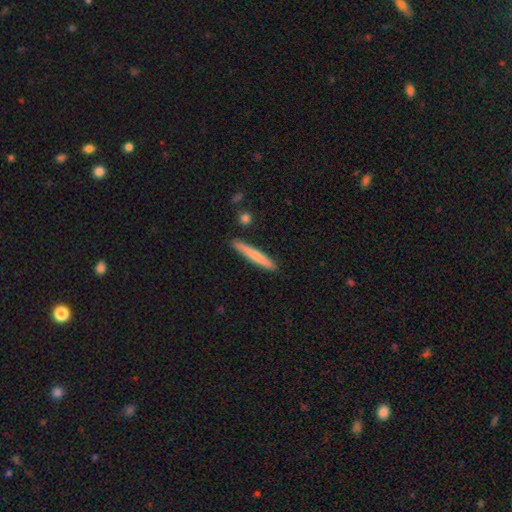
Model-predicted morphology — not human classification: Smooth or featured? Predicted: smooth (p=0.72). How rounded? Predicted: cigar-shaped (p=0.96). Merging? Predicted: none (p=0.89).